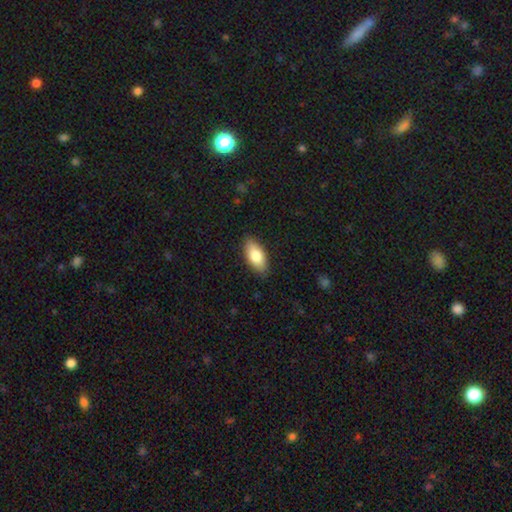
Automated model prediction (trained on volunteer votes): A smooth galaxy with no disk features (82%) that is in between round and cigar-shaped (90%).

Vote fractions:
- Smooth or featured? smooth: 82% / featured or disk: 12% / star or artifact: 6%
- How rounded? in between: 90% / cigar-shaped: 7% / round: 3%
- Merging? none: 87% / minor disturbance: 10% / major disturbance: 2% / merger: 1%